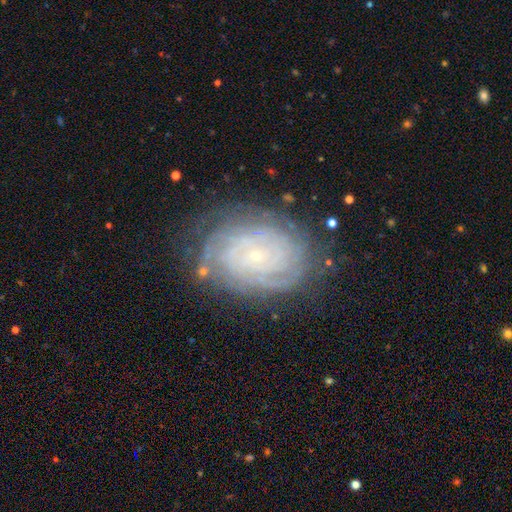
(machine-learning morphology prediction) Smooth or featured? Predicted: featured or disk (p=0.81). Edge-on disk? Predicted: no (p=0.97). Bar? Predicted: no (p=0.80). Spiral arms? Predicted: yes (p=0.95). Spiral winding? Predicted: tight (p=0.83). Spiral arm count? Predicted: can't tell (p=0.37). Bulge size? Predicted: small (p=0.89). Merging? Predicted: none (p=0.75).